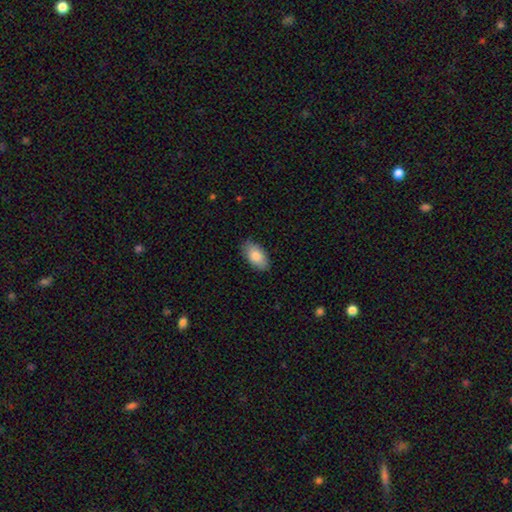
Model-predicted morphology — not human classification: smooth_or_featured: smooth (p=0.84) [alt: featured or disk p=0.10]
how_rounded: in between (p=0.94) [alt: round p=0.04]
merging: none (p=0.84) [alt: minor disturbance p=0.12]